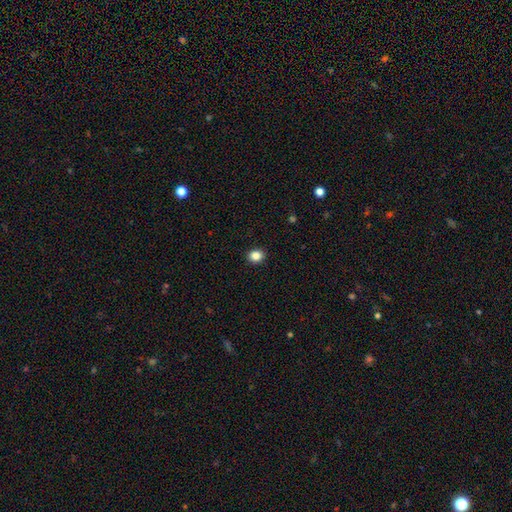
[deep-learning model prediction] Morphology: type=smooth (85%); roundness=round (69%); merging=none (92%).